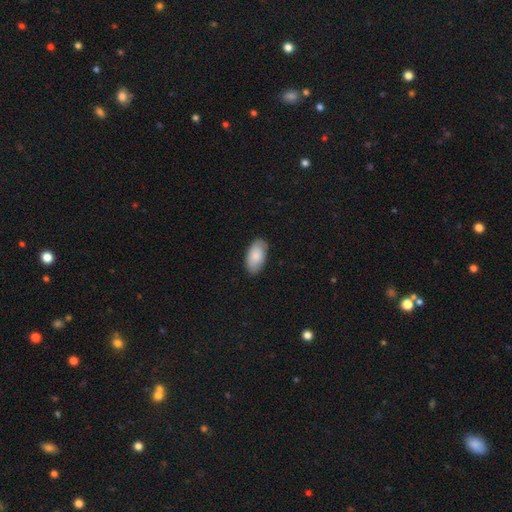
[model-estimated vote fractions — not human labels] The model was most divided on "merging": none: 84%, minor disturbance: 13%, major disturbance: 2%, merger: 1%. More confident: how rounded — in between (95%); smooth or featured — smooth (85%).